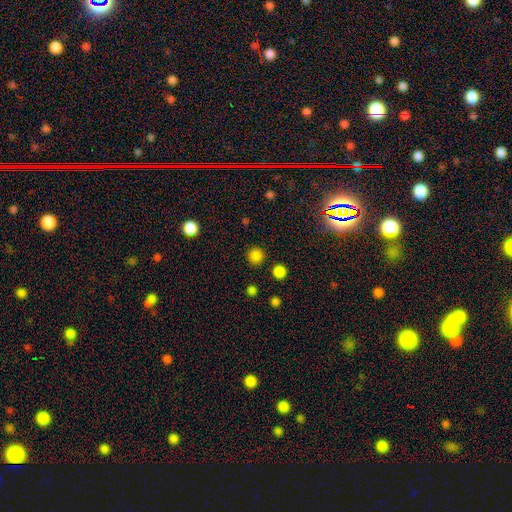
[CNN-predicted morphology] This appears to be a smooth galaxy with no disk features (81%) that is round (94%). Merging: none (90%).